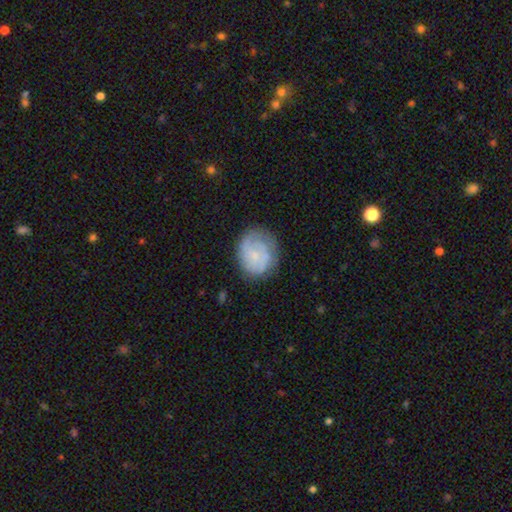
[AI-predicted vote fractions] featured or disk 54%, smooth 39%, star or artifact 7%. Down the decision tree: edge-on disk — no (98%); bar — no (72%); spiral arms — yes (83%); bulge size — small (56%); merging — none (70%).